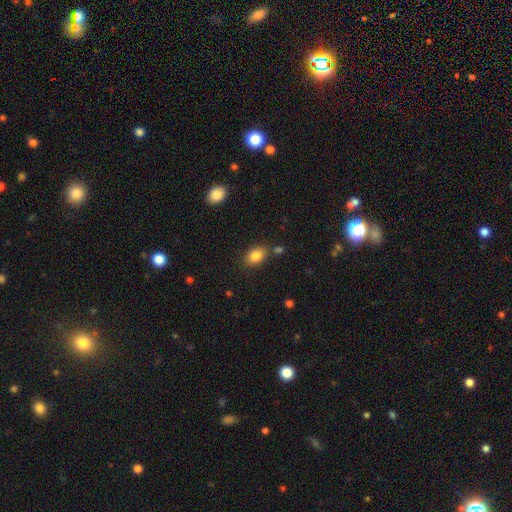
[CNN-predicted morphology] Q: Smooth or featured?
A: smooth (84%); runner-up: star or artifact (9%)
Q: How rounded?
A: in between (82%); runner-up: round (17%)
Q: Merging?
A: none (78%); runner-up: minor disturbance (13%)